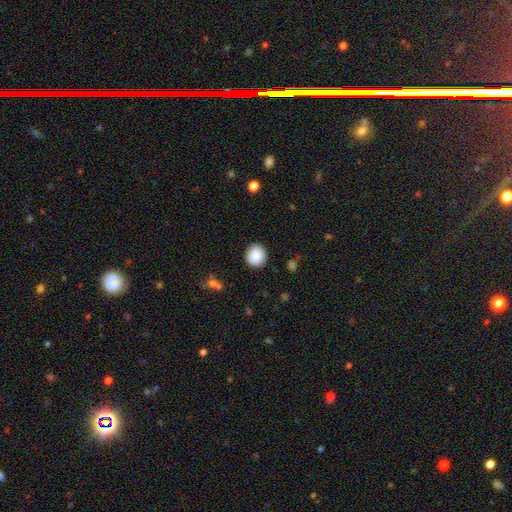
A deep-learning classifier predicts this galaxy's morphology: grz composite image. It shows a smooth galaxy with no disk features (88%) that is round (86%). Merging: none (89%).